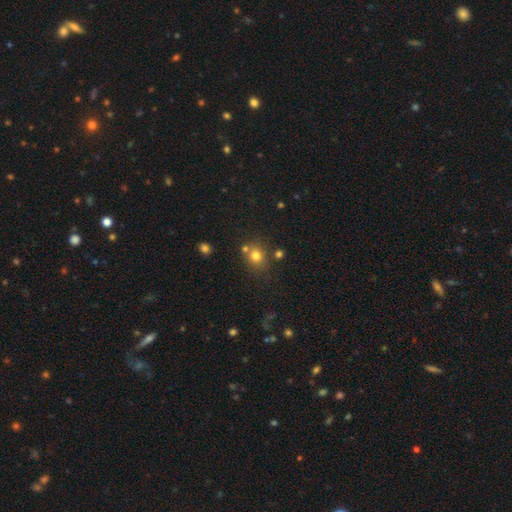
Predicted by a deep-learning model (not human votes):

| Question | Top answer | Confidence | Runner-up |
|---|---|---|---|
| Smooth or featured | smooth | 77% | star or artifact (14%) |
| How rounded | round | 76% | in between (23%) |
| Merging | none | 68% | merger (16%) |